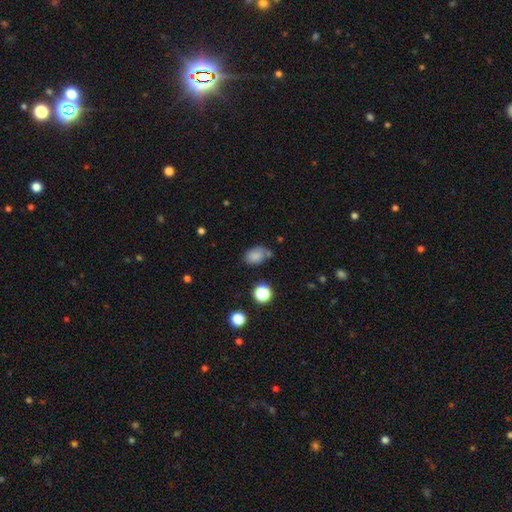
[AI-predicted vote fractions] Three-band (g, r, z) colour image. It shows a smooth galaxy with no disk features (79%) that is in between round and cigar-shaped (79%). Merging: none (60%).